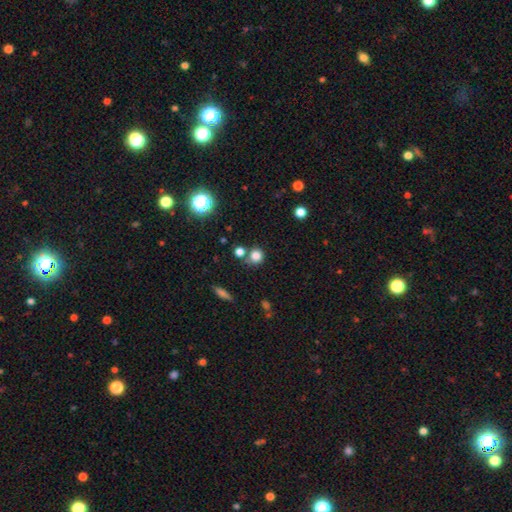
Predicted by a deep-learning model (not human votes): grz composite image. It shows a smooth galaxy with no disk features (79%) that is round (88%). Merging: none (66%).